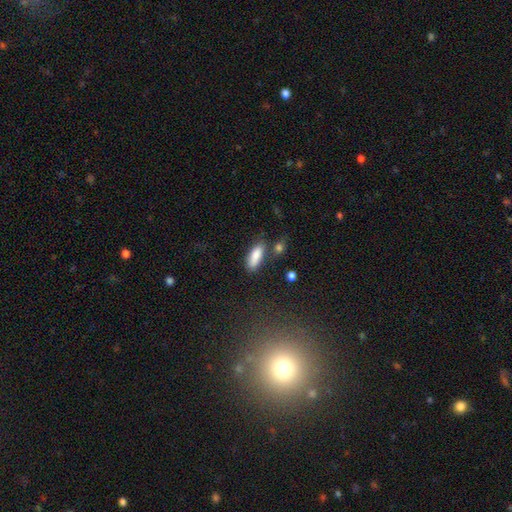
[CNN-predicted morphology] This is clearly a smooth galaxy (85%). How rounded: likely in between (67%). Merging: likely none (66%).